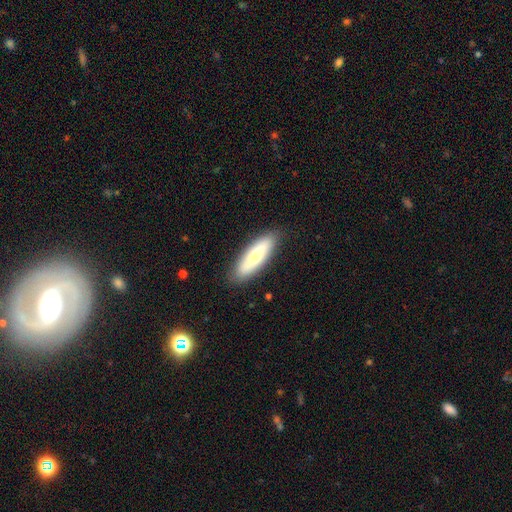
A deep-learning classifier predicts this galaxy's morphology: smooth_or_featured: smooth (p=0.66) [alt: featured or disk p=0.28]
how_rounded: in between (p=0.50) [alt: cigar-shaped p=0.48]
merging: none (p=0.88) [alt: minor disturbance p=0.09]